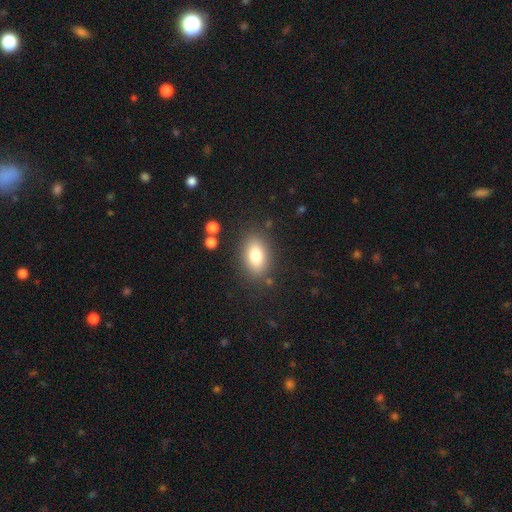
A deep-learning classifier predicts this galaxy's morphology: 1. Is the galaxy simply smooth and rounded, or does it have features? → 79% smooth, 12% featured or disk, 9% star or artifact.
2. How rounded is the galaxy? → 87% in between, 10% round, 3% cigar-shaped.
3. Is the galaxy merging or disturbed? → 83% none, 10% minor disturbance, 4% major disturbance, 3% merger.